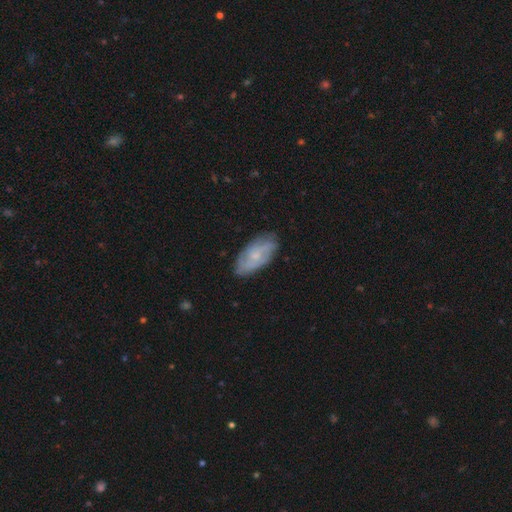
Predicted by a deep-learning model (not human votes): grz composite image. It shows a featured or disk galaxy (60%) with no bar (69%), spiral arms (80%) and a small central bulge (62%). Merging: none (77%).